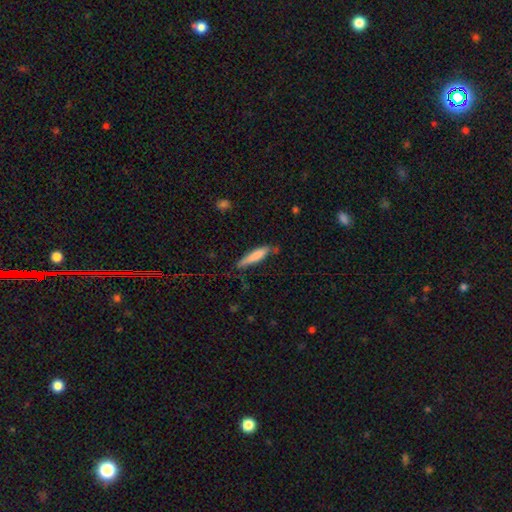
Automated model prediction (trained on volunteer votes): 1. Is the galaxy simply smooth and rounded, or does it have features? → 73% smooth, 21% featured or disk, 6% star or artifact.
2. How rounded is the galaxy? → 83% cigar-shaped, 15% in between, 1% round.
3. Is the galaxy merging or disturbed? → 66% none, 26% minor disturbance, 5% major disturbance, 3% merger.